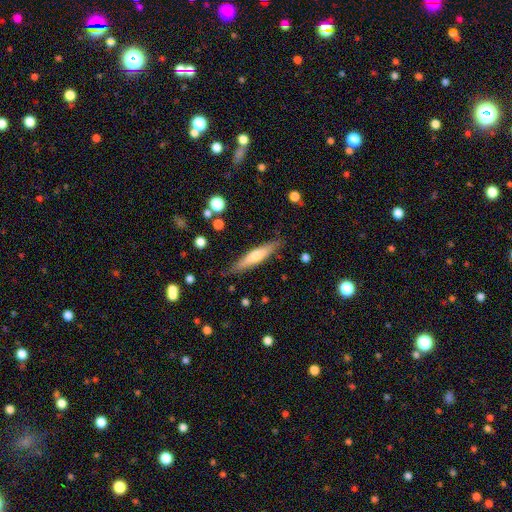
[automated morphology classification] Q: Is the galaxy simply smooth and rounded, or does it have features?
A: smooth — 52%.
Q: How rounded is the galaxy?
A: cigar-shaped — 85%.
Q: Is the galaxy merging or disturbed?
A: none — 82%.